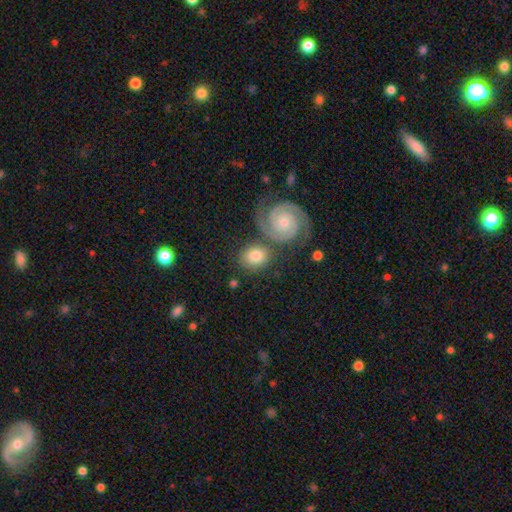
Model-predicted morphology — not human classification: smooth-or-featured: smooth: 47% | featured or disk: 45% | star or artifact: 8%
  merging: none: 66% | merger: 18% | minor disturbance: 12% | major disturbance: 4%